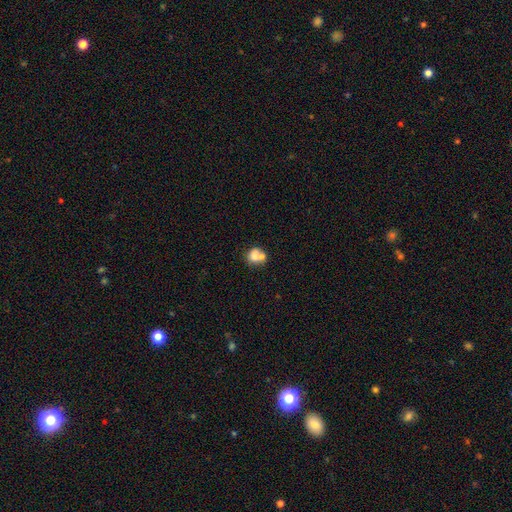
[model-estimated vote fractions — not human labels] smooth 72%, featured or disk 18%, star or artifact 10%. Down the decision tree: how rounded — round (64%); merging — merger (50%).